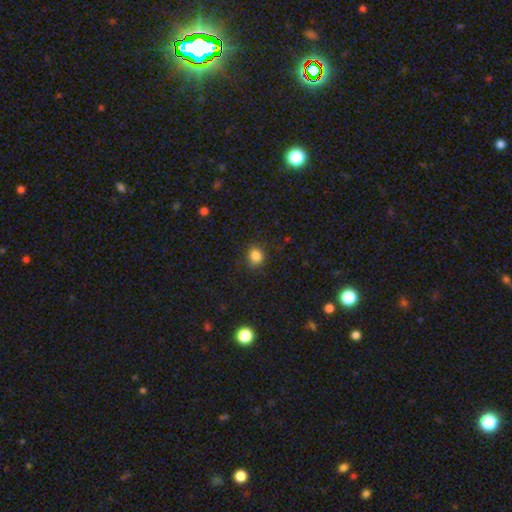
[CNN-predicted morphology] Smooth or featured: smooth — 83% (star or artifact — 12%)
How rounded: round — 66% (in between — 33%)
Merging: none — 80% (minor disturbance — 15%)